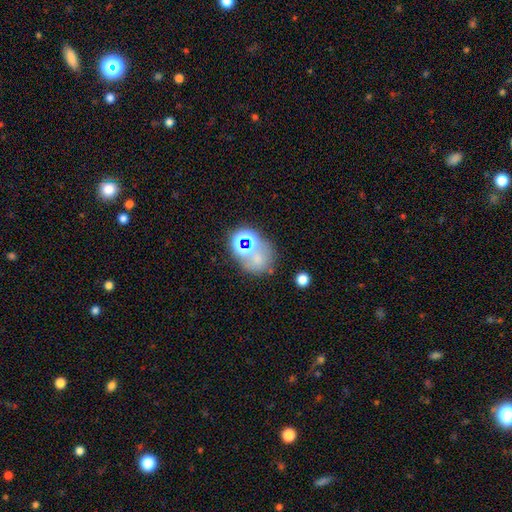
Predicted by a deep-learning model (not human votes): Smooth or featured?
  - smooth: 42% *
  - star or artifact: 40%
  - featured or disk: 18%
Merging?
  - none: 53% *
  - merger: 21%
  - minor disturbance: 14%
  - major disturbance: 12%